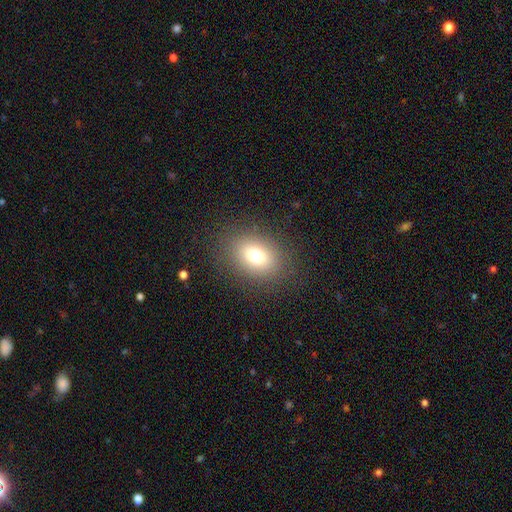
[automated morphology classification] Overall: smooth (74%). How rounded: in between (68%; round 31%). Merging: none (85%).